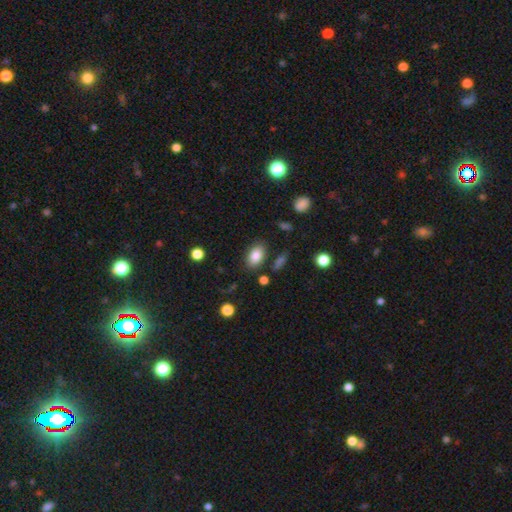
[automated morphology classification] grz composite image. It shows a smooth galaxy with no disk features (84%) that is in between round and cigar-shaped (89%). Merging: none (81%).